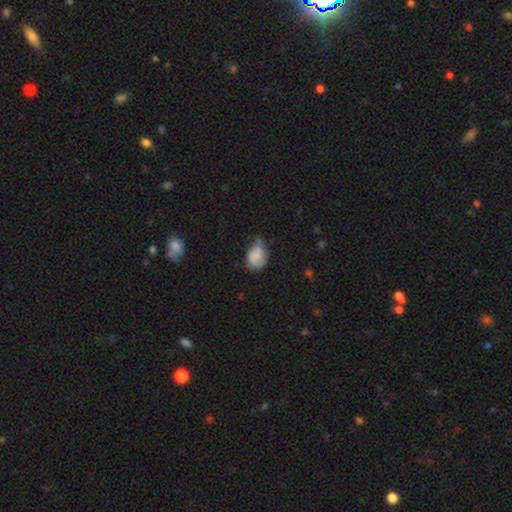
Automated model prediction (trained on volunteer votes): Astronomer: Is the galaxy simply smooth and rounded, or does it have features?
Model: smooth — 66%.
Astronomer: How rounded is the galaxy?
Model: in between — 68%.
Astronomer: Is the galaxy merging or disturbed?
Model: minor disturbance — 43% (runner-up: none, 36%).